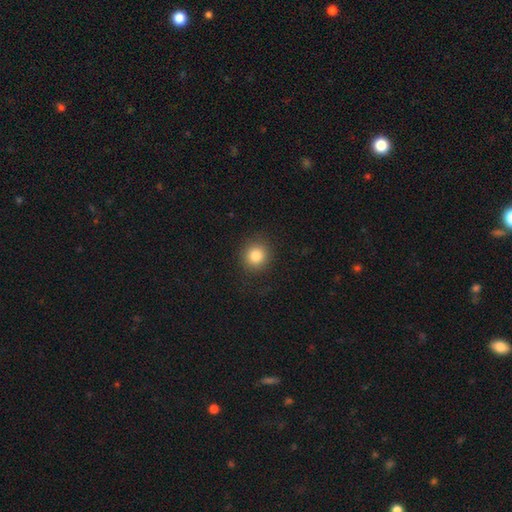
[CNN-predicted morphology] The model was most divided on "smooth or featured": smooth: 82%, star or artifact: 11%, featured or disk: 7%. More confident: how rounded — round (90%); merging — none (88%).